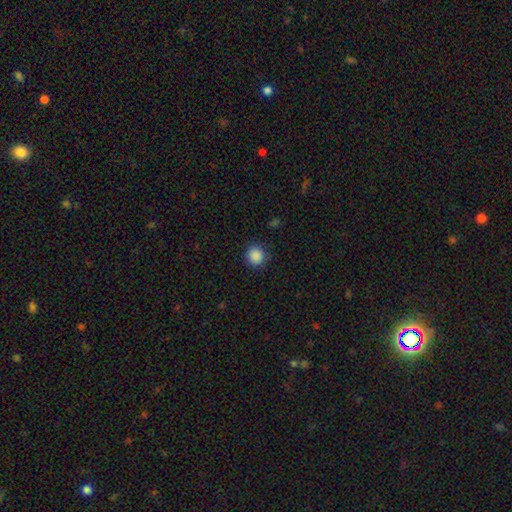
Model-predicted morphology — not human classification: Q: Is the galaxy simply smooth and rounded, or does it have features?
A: smooth — 88%.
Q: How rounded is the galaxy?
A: round — 92%.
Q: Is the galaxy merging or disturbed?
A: none — 89%.